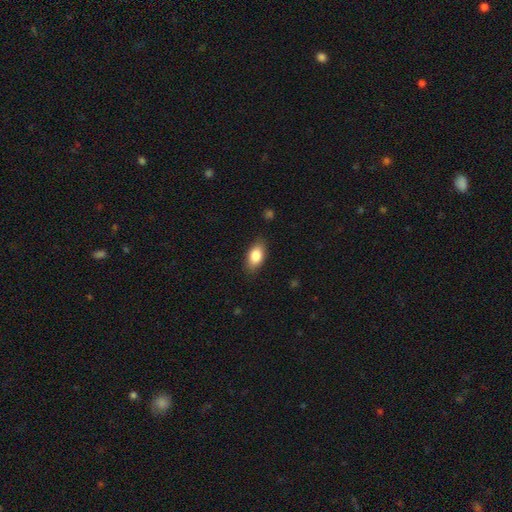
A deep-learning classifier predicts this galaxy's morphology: Q: Smooth or featured?
A: smooth (84%); runner-up: featured or disk (9%)
Q: How rounded?
A: in between (90%); runner-up: round (6%)
Q: Merging?
A: none (84%); runner-up: minor disturbance (13%)